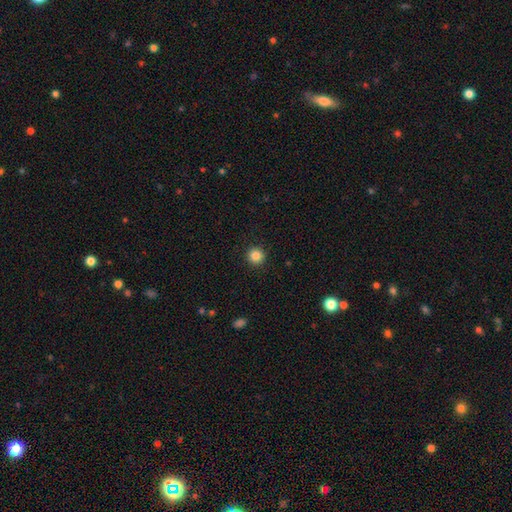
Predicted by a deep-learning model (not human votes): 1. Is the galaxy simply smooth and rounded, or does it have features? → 85% smooth, 11% star or artifact, 4% featured or disk.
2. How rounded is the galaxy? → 95% round, 4% in between, 1% cigar-shaped.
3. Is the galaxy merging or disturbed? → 93% none, 5% minor disturbance, 2% major disturbance, 1% merger.